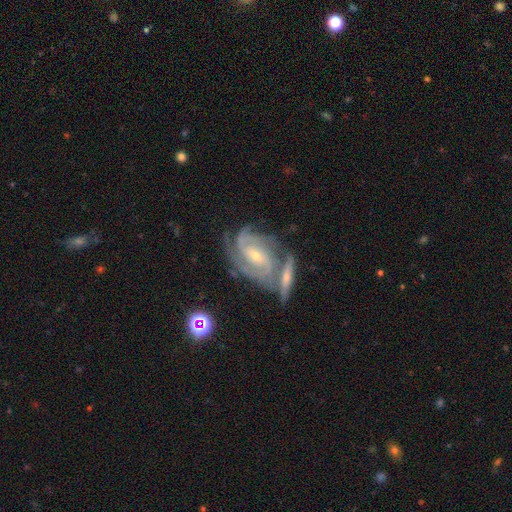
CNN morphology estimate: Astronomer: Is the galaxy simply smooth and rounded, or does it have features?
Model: featured or disk — 87%.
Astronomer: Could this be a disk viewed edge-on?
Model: no — 95%.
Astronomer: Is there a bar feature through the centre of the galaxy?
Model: weak — 41% (runner-up: no, 38%).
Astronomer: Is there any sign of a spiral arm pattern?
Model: yes — 97%.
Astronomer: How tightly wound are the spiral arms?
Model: tight — 62%.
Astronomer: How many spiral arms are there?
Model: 3 — 32% (runner-up: 2, 27%).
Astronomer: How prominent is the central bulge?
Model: small — 60% (runner-up: moderate, 36%).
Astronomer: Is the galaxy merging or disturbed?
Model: none — 44% (runner-up: merger, 34%).